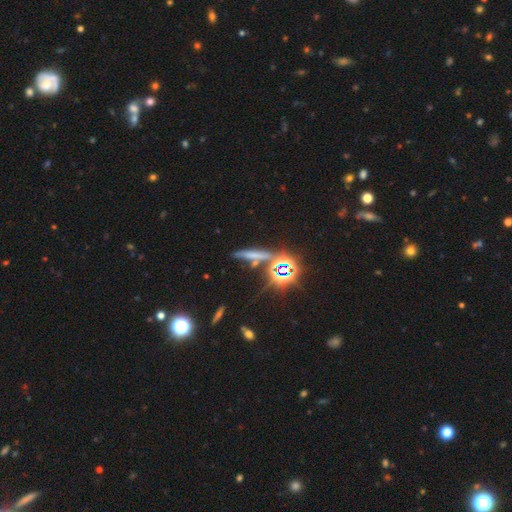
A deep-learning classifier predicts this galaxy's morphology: A smooth galaxy with no disk features (42%).

Vote fractions:
- Smooth or featured? smooth: 42% / star or artifact: 37% / featured or disk: 21%
- Merging? none: 70% / merger: 12% / minor disturbance: 12% / major disturbance: 6%